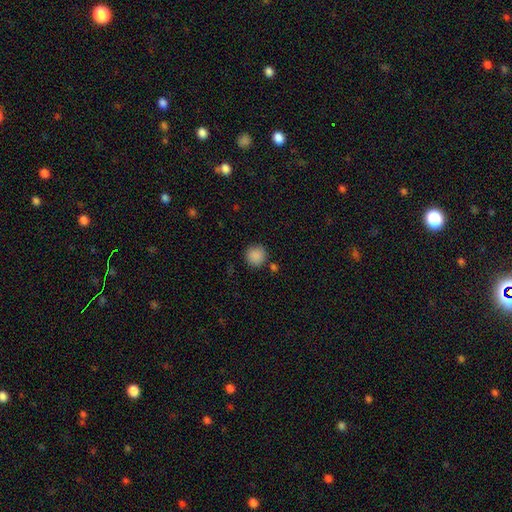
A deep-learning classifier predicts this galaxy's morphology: Smooth or featured: smooth — 88% (star or artifact — 9%)
How rounded: round — 92% (in between — 7%)
Merging: none — 83% (minor disturbance — 8%)